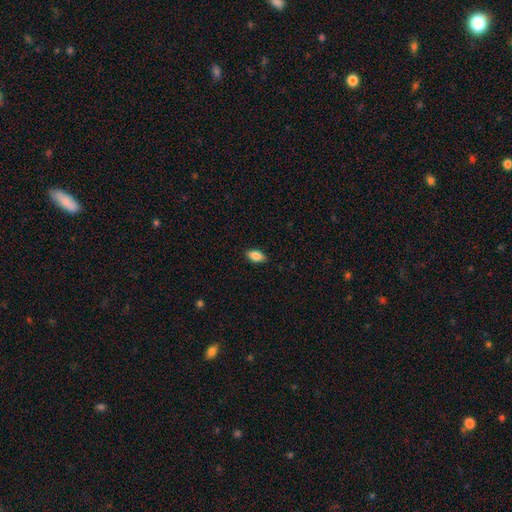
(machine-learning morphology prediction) A smooth galaxy with no disk features (83%) that is in between round and cigar-shaped (90%). Merging: none (87%).